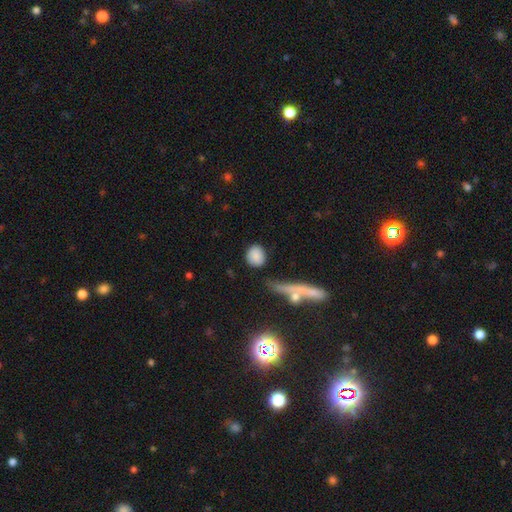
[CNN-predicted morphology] smooth 84%, featured or disk 8%, star or artifact 8%. Down the decision tree: how rounded — round (69%); merging — none (75%).